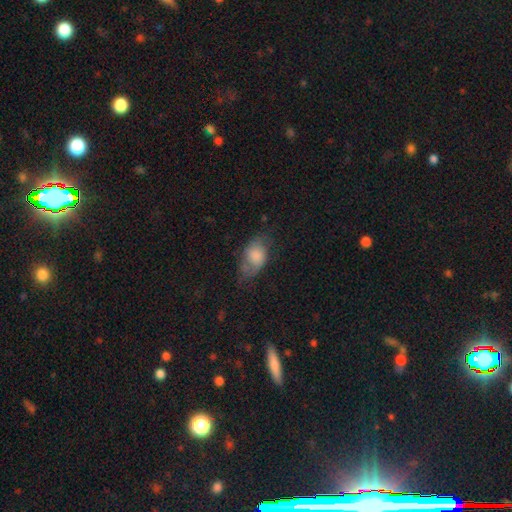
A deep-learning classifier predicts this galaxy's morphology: This appears to be a smooth galaxy with no disk features (65%) that is in between round and cigar-shaped (85%). Merging: none (45%).